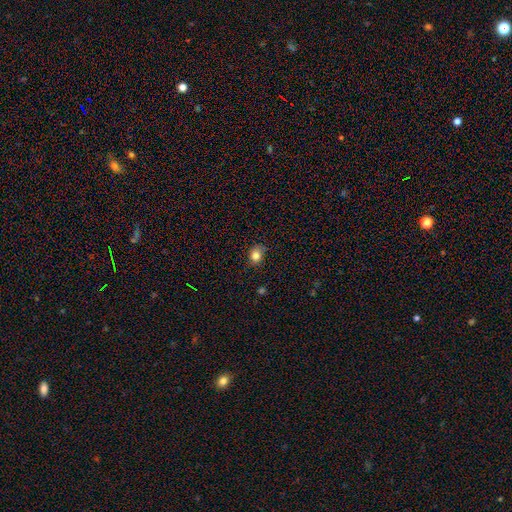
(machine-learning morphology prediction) smooth 82%, star or artifact 11%, featured or disk 7%. Down the decision tree: how rounded — round (50%); merging — none (74%).